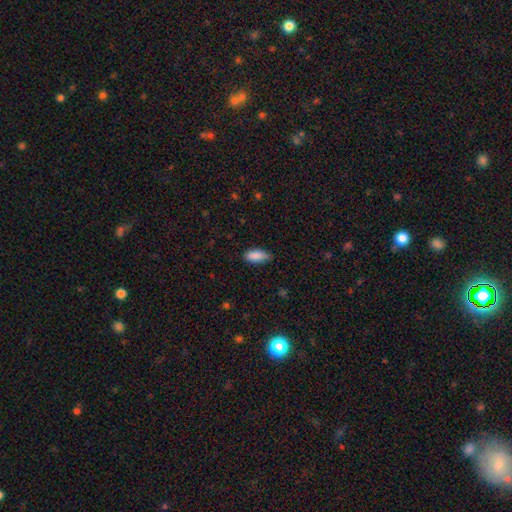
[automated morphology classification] type=smooth (88%); roundness=in between (85%); merging=none (68%).